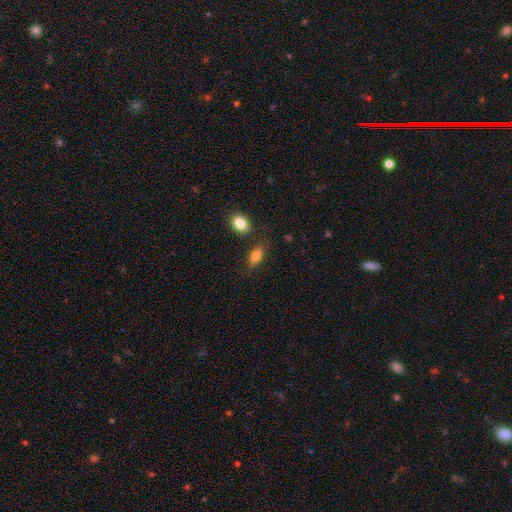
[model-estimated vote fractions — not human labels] This is clearly a smooth galaxy (80%). How rounded: clearly in between (84%). Merging: likely none (75%).